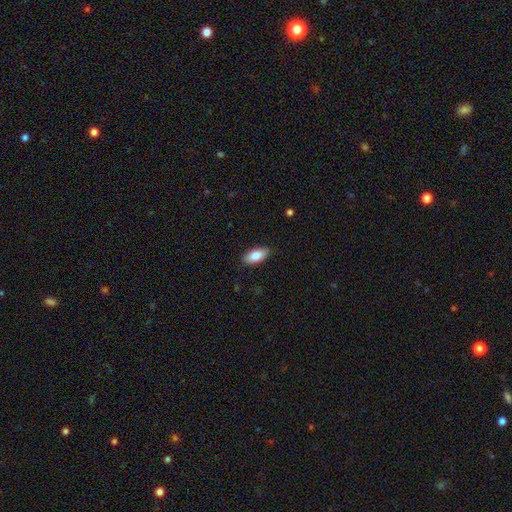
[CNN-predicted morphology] This appears to be a smooth galaxy with no disk features (82%) that is in between round and cigar-shaped (89%). Merging: none (87%).